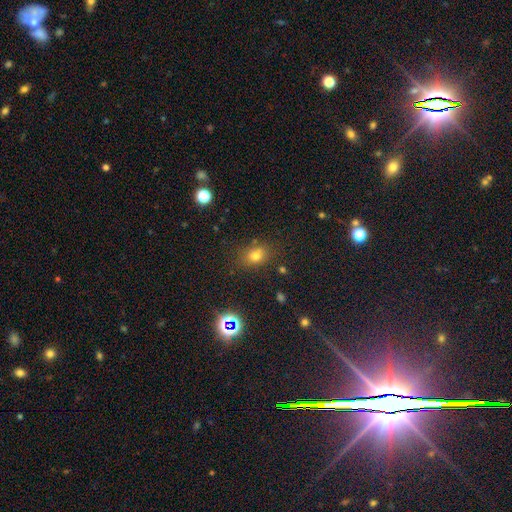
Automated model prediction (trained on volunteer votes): Smooth or featured: smooth — 67% (star or artifact — 23%)
How rounded: in between — 55% (round — 44%)
Merging: none — 78% (minor disturbance — 13%)